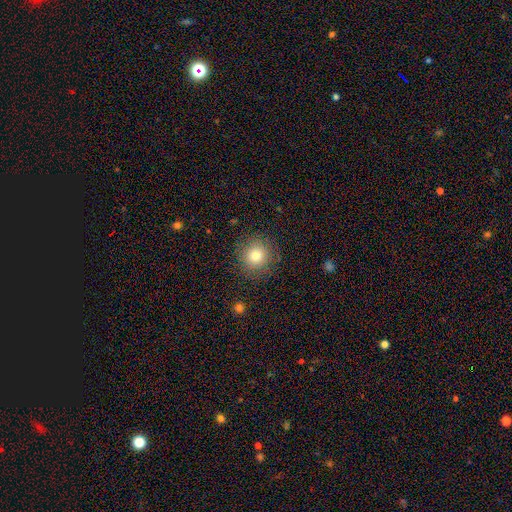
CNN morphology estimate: Smooth or featured? smooth (78%)
How rounded? round (94%)
Merging? none (88%)